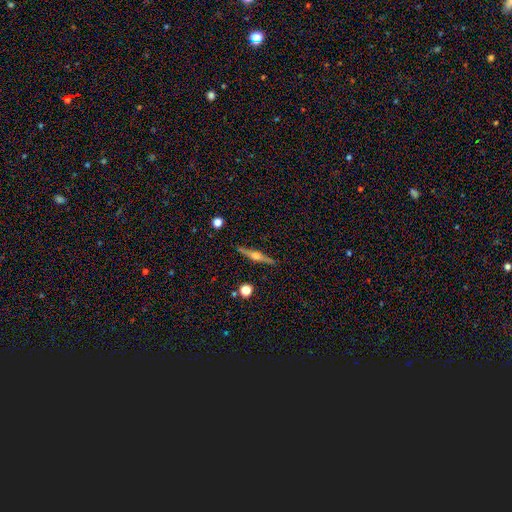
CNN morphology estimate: This is likely a featured or disk galaxy (79%). It is clearly viewed edge-on (98%). Edge-on bulge: clearly rounded (93%). Merging: clearly none (91%).